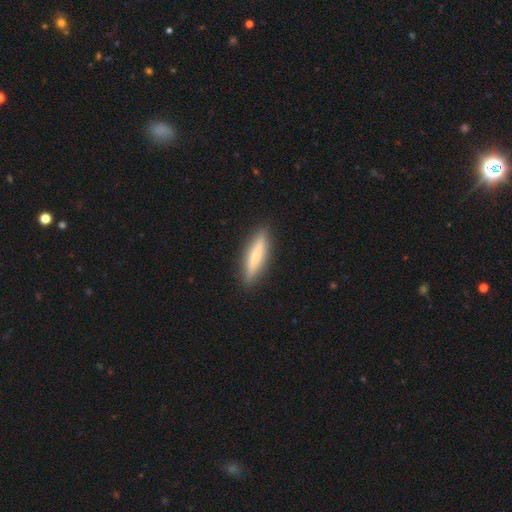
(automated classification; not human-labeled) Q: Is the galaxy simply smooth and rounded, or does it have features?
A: smooth — 64%.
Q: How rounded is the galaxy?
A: cigar-shaped — 81%.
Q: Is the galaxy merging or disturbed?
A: none — 90%.